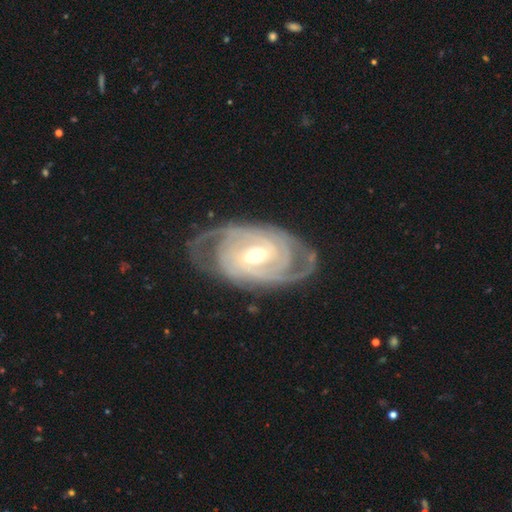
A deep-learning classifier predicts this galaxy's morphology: This appears to be a featured or disk galaxy (90%) with a weak bar (44%), 2 (41%) tight (73%) spiral arms (97%) and a moderate central bulge (68%). Merging: none (74%).